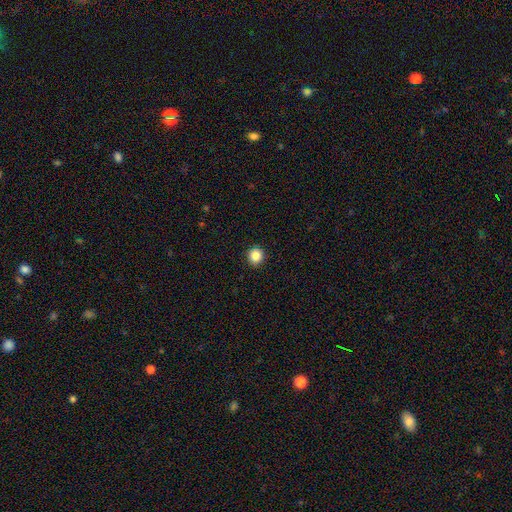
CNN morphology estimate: smooth-or-featured: smooth: 85% | star or artifact: 10% | featured or disk: 5%
  how-rounded: round: 92% | in between: 7% | cigar-shaped: 1%
  merging: none: 93% | minor disturbance: 5% | major disturbance: 1% | merger: 1%